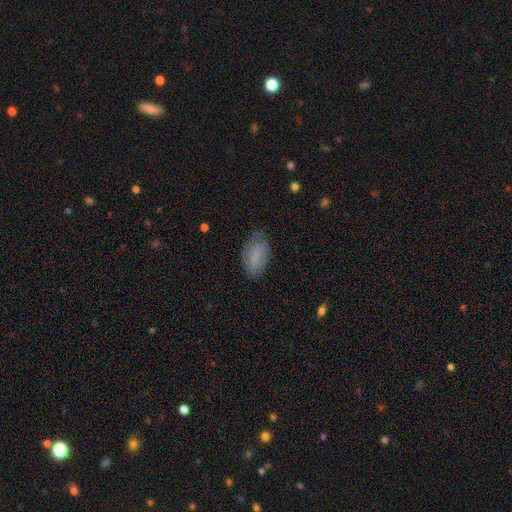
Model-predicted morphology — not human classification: A smooth galaxy with no disk features (61%) that is in between round and cigar-shaped (90%). Merging: none (65%).